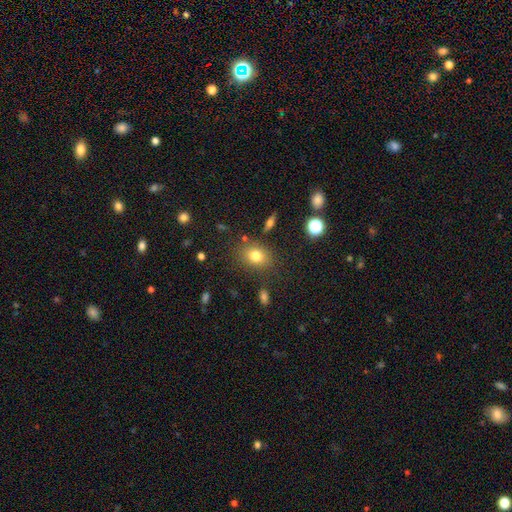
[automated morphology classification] Overall: smooth (78%). How rounded: in between (58%; round 40%). Merging: none (80%).